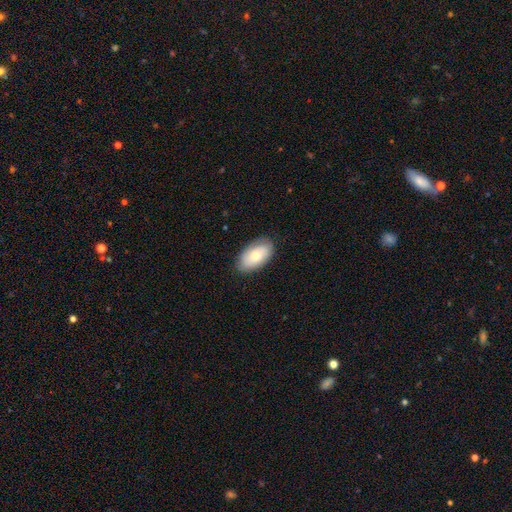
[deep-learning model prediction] Morphology: type=smooth (69%); roundness=in between (94%); merging=none (83%).